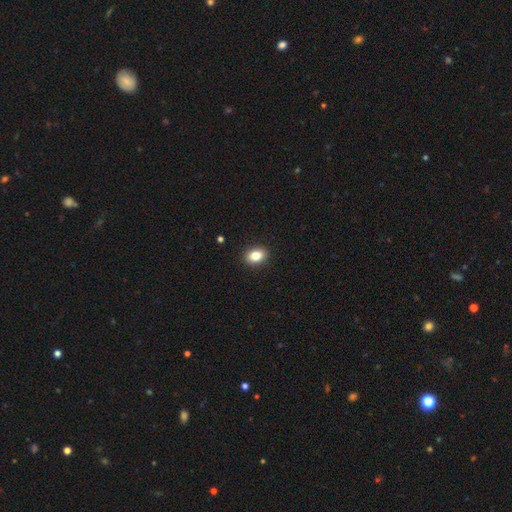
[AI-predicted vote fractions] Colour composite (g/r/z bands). It shows a smooth galaxy with no disk features (83%) that is in between round and cigar-shaped (71%). Merging: none (91%).